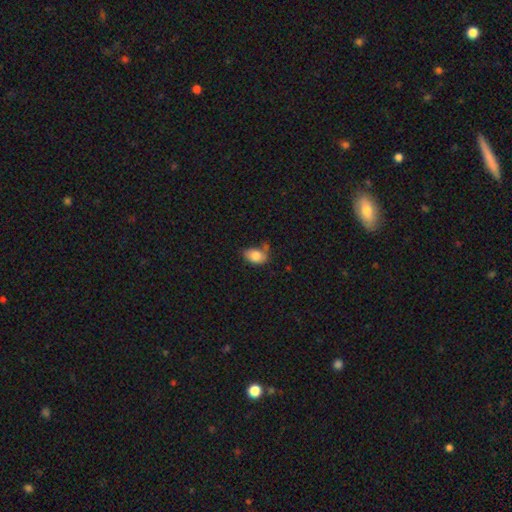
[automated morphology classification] smooth_or_featured: smooth (p=0.82) [alt: featured or disk p=0.10]
how_rounded: in between (p=0.86) [alt: round p=0.13]
merging: none (p=0.54) [alt: minor disturbance p=0.26]